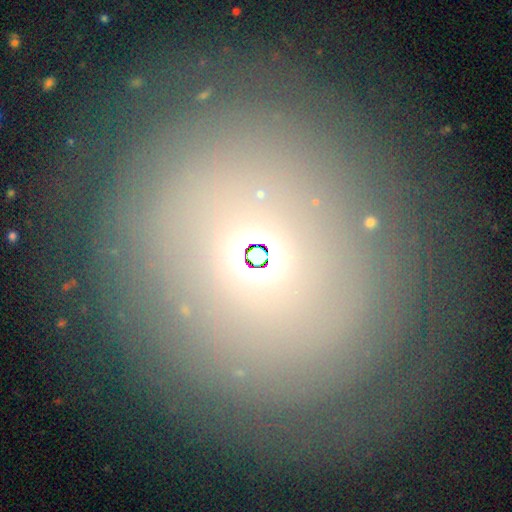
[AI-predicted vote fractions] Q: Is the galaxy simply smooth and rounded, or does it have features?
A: featured or disk — 43%.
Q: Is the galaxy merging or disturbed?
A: none — 78%.